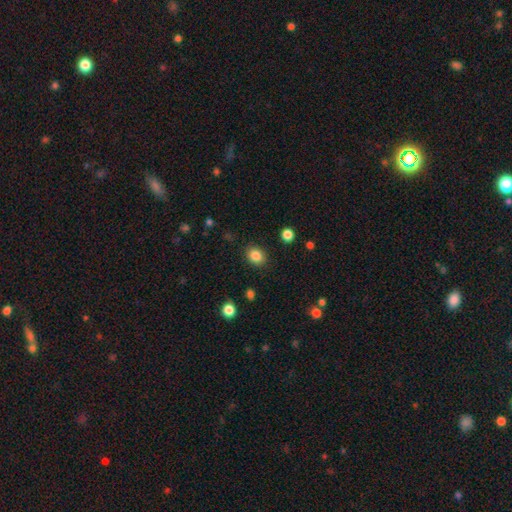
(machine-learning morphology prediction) The model was most divided on "how rounded": round: 54%, in between: 45%, cigar-shaped: 1%. More confident: merging — none (88%); smooth or featured — smooth (85%).